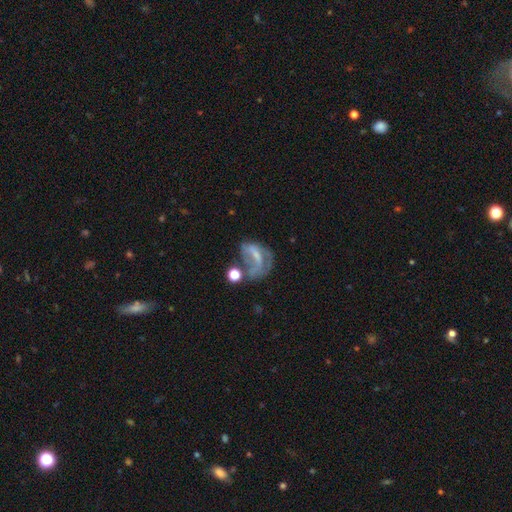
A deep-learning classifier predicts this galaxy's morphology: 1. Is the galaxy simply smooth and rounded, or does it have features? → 58% featured or disk, 30% smooth, 13% star or artifact.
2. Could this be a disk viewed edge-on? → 95% no, 5% yes.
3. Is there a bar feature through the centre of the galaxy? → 36% no (tied), 36% weak (tied), 29% strong.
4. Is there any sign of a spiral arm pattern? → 52% no, 48% yes.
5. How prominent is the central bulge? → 41% small, 35% none, 20% moderate, 3% large, 1% dominant.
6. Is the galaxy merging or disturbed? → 40% major disturbance, 29% none, 19% minor disturbance, 13% merger.